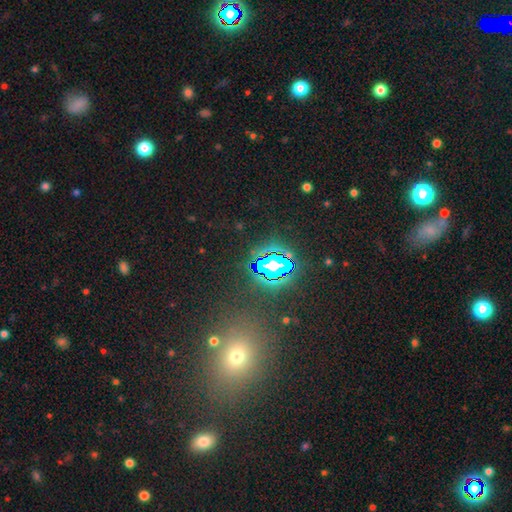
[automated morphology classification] This appears to be a star or artifact, not a galaxy (59%).